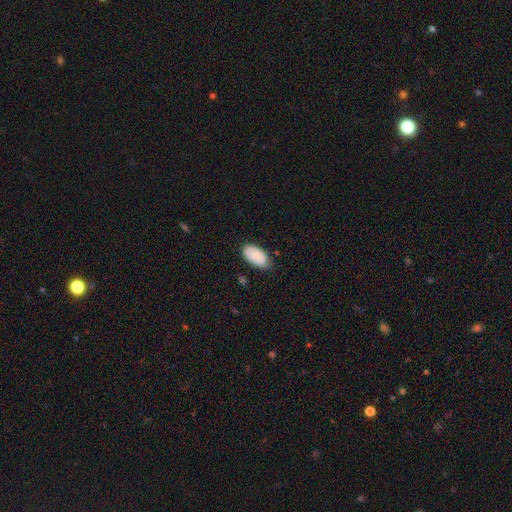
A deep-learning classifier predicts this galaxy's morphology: type=smooth (85%); roundness=in between (95%); merging=none (75%).